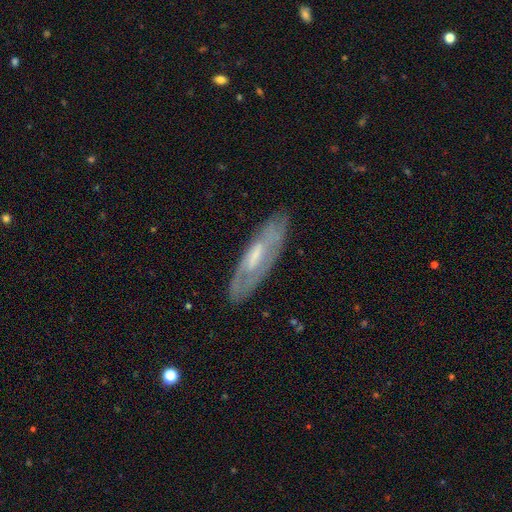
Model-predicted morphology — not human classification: Smooth or featured? Predicted: featured or disk (p=0.63). Edge-on disk? Predicted: no (p=0.65). Merging? Predicted: none (p=0.76).